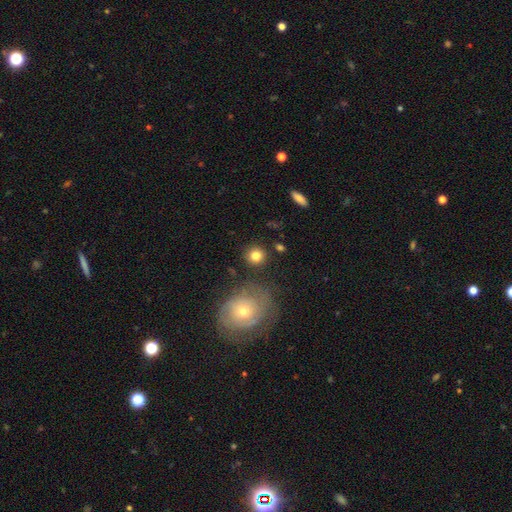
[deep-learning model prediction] Smooth or featured: smooth — 81% (star or artifact — 10%)
How rounded: round — 89% (in between — 10%)
Merging: none — 83% (minor disturbance — 8%)